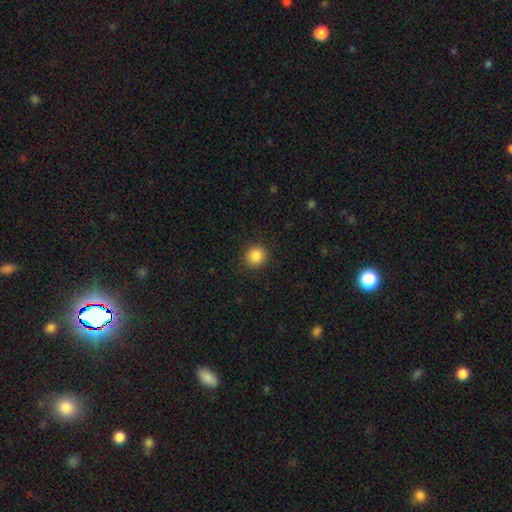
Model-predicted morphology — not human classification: This is clearly a smooth galaxy (87%). How rounded: clearly round (90%). Merging: clearly none (89%).